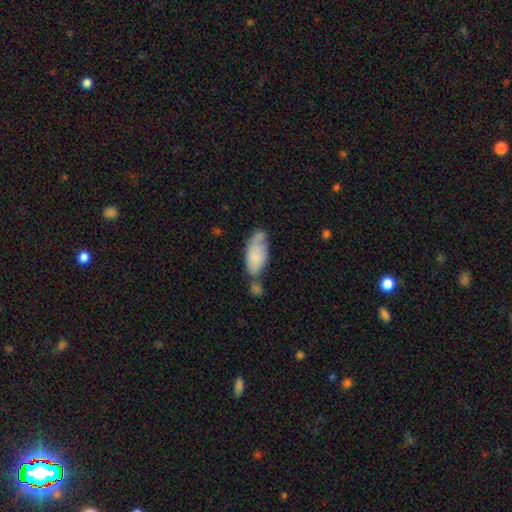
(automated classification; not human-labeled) Smooth or featured: smooth — 74% (featured or disk — 19%)
How rounded: in between — 88% (cigar-shaped — 10%)
Merging: none — 37% (merger — 27%)